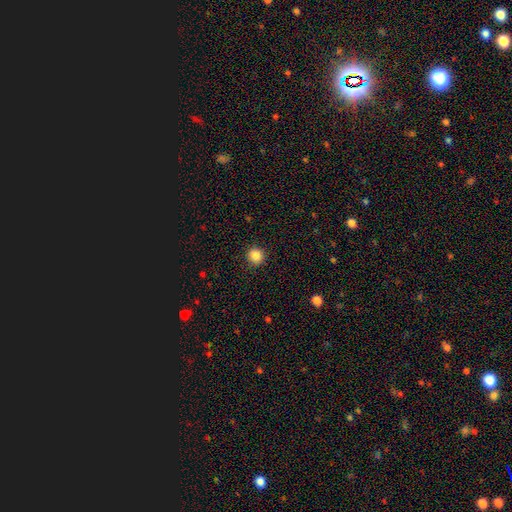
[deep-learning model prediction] Overall: smooth (86%). How rounded: round (91%). Merging: none (91%).